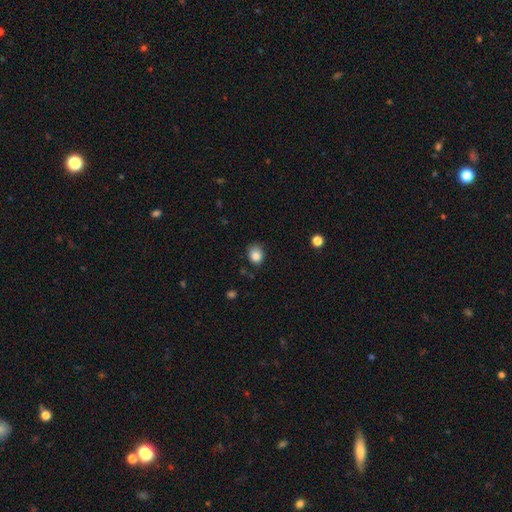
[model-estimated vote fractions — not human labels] smooth 85%, star or artifact 10%, featured or disk 5%. Down the decision tree: how rounded — round (54%); merging — none (76%).